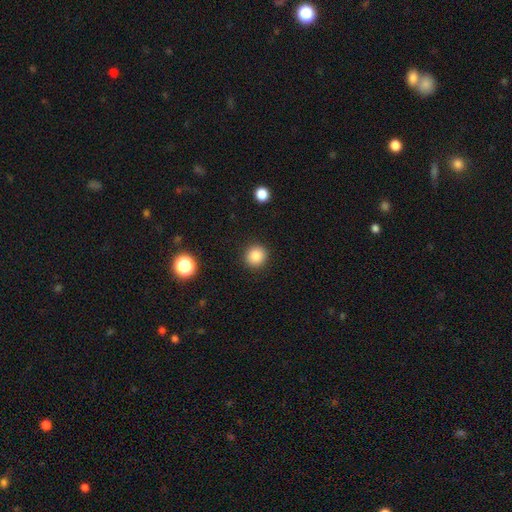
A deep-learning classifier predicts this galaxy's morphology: Overall: smooth (85%). How rounded: round (92%). Merging: none (91%).